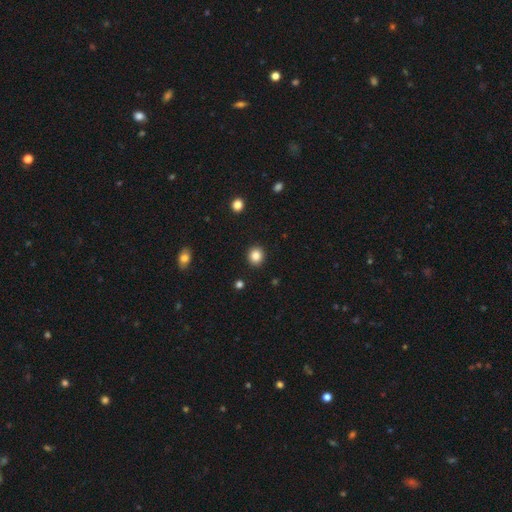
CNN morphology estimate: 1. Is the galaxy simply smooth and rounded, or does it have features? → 85% smooth, 10% star or artifact, 4% featured or disk.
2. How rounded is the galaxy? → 86% round, 13% in between, 1% cigar-shaped.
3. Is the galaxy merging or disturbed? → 92% none, 5% minor disturbance, 2% major disturbance, 1% merger.